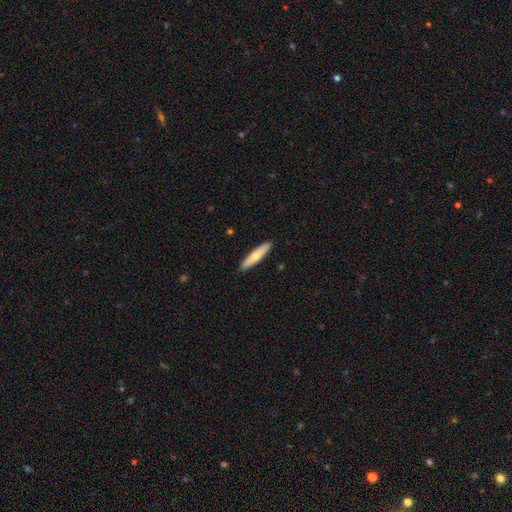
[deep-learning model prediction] A smooth galaxy with no disk features (68%) that is cigar-shaped (86%).

Vote fractions:
- Smooth or featured? smooth: 68% / featured or disk: 27% / star or artifact: 5%
- How rounded? cigar-shaped: 86% / in between: 13% / round: 1%
- Merging? none: 91% / minor disturbance: 6% / major disturbance: 1% / merger: 1%